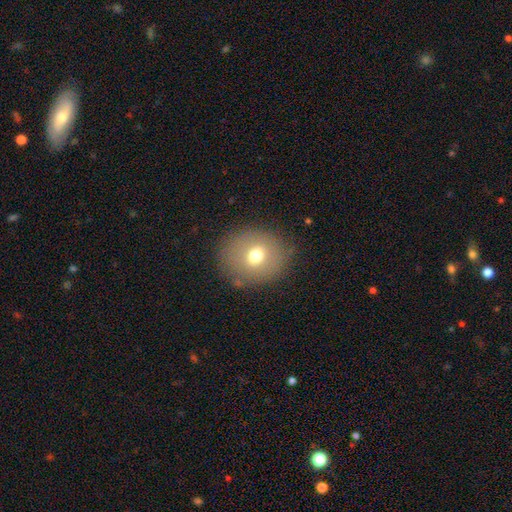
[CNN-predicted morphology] This is likely a smooth galaxy (67%). How rounded: likely round (77%). Merging: clearly none (83%).